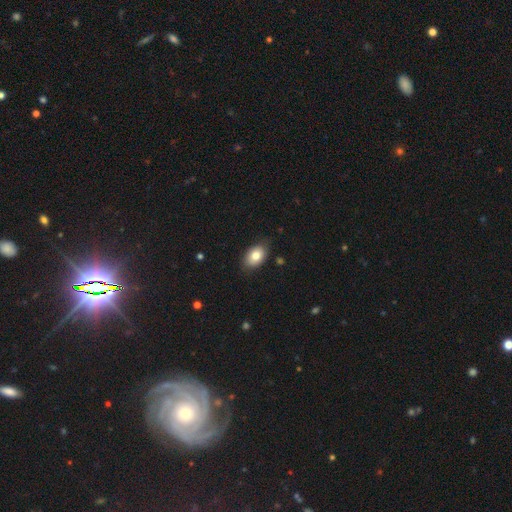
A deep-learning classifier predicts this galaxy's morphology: The model was most divided on "merging": none: 82%, minor disturbance: 15%, major disturbance: 2%, merger: 1%. More confident: how rounded — in between (87%); smooth or featured — smooth (81%).